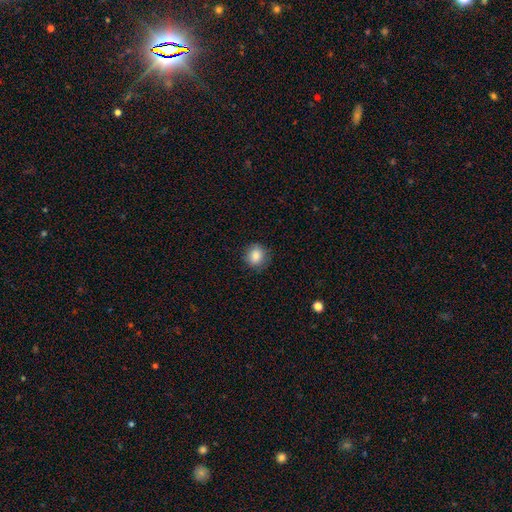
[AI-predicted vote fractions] Morphology: type=smooth (84%); roundness=round (81%); merging=none (85%).